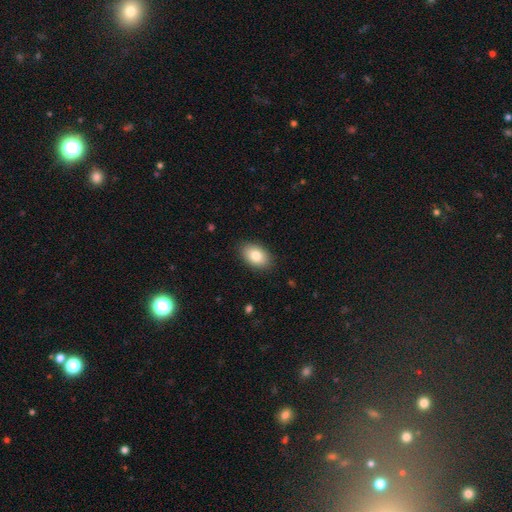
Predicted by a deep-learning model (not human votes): Morphology: type=smooth (83%); roundness=in between (90%); merging=none (88%).